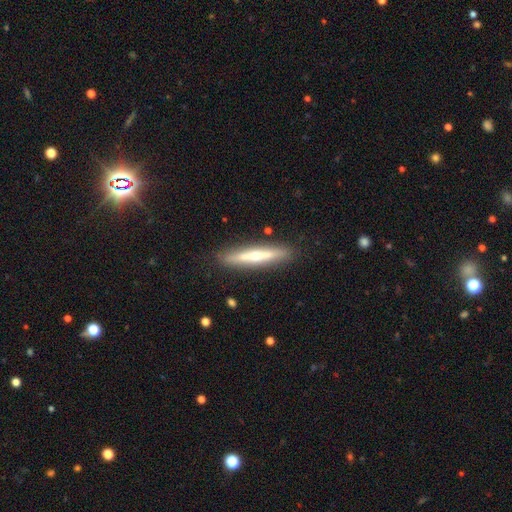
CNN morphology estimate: A featured or disk galaxy (53%) viewed edge-on (91%). Merging: none (88%).